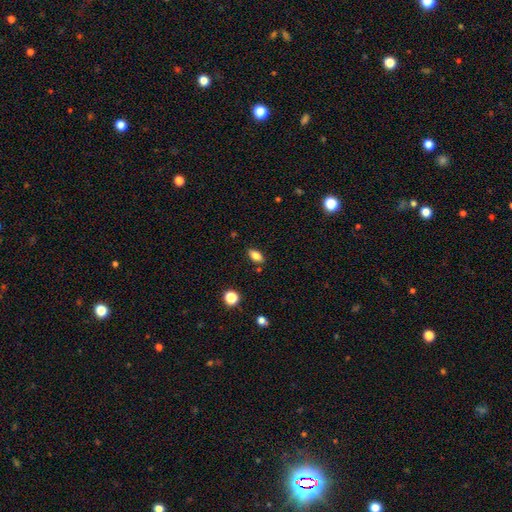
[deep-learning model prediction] smooth_or_featured: smooth (p=0.80) [alt: featured or disk p=0.11]
how_rounded: in between (p=0.87) [alt: cigar-shaped p=0.07]
merging: none (p=0.84) [alt: minor disturbance p=0.11]